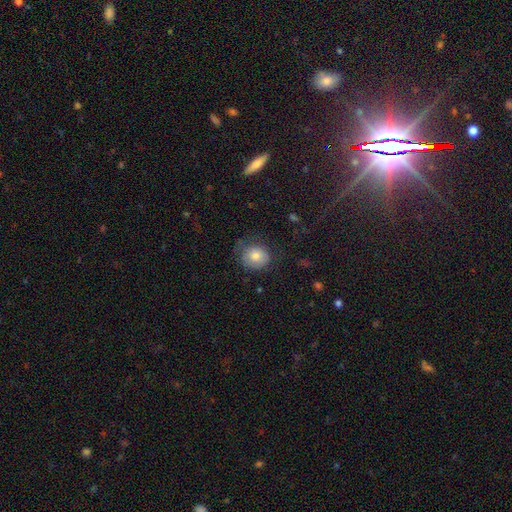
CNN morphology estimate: Q: Smooth or featured?
A: smooth (76%); runner-up: featured or disk (14%)
Q: How rounded?
A: round (78%); runner-up: in between (21%)
Q: Merging?
A: none (64%); runner-up: minor disturbance (24%)